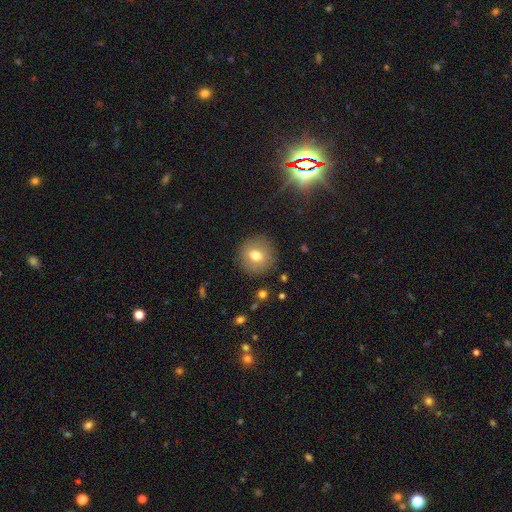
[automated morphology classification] Q: Smooth or featured?
A: smooth (71%); runner-up: featured or disk (18%)
Q: How rounded?
A: round (88%); runner-up: in between (11%)
Q: Merging?
A: none (87%); runner-up: minor disturbance (9%)